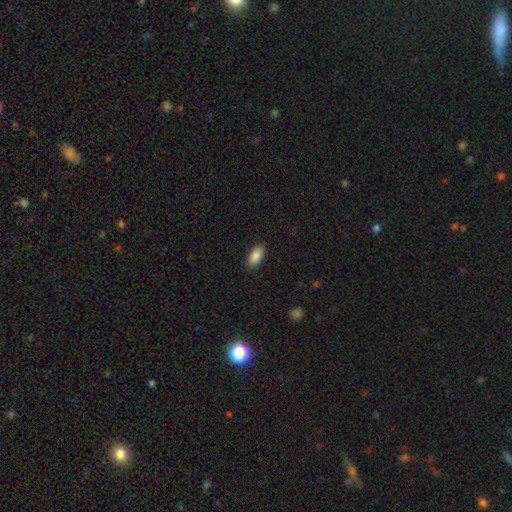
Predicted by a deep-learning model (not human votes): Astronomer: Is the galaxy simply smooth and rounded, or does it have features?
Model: smooth — 88%.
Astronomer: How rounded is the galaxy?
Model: in between — 92%.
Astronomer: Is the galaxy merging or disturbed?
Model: none — 88%.